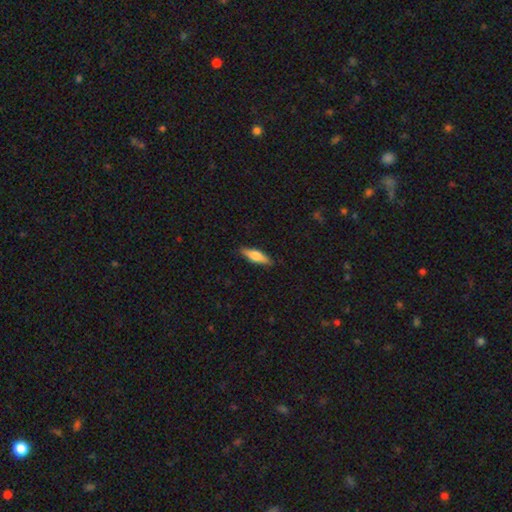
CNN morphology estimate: This is possibly a smooth galaxy (58%). How rounded: possibly cigar-shaped (57%). Merging: clearly none (87%).